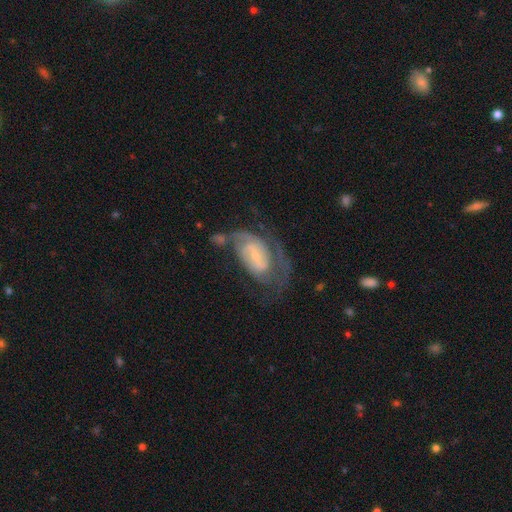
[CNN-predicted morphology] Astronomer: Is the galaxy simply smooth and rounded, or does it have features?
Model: featured or disk — 80%.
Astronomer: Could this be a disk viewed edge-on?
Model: no — 96%.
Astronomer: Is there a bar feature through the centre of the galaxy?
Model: weak — 49% (runner-up: no, 34%).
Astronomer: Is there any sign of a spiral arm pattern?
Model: yes — 89%.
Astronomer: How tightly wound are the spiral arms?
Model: medium — 42% (runner-up: tight, 40%).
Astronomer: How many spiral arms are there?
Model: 2 — 56%.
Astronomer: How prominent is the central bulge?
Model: small — 67%.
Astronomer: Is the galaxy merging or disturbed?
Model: none — 39% (runner-up: major disturbance, 32%).